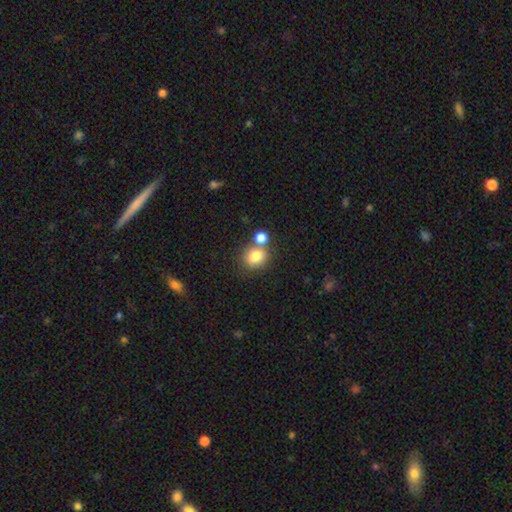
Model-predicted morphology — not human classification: smooth 80%, star or artifact 11%, featured or disk 9%. Down the decision tree: how rounded — round (71%); merging — none (56%).